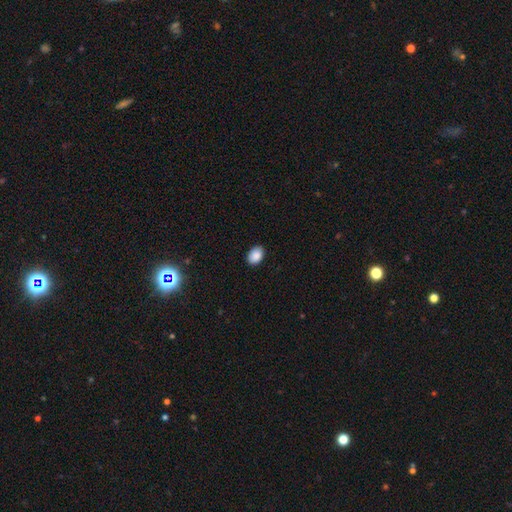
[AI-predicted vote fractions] smooth-or-featured: smooth: 89% | star or artifact: 7% | featured or disk: 3%
  how-rounded: in between: 80% | round: 19% | cigar-shaped: 1%
  merging: none: 88% | minor disturbance: 9% | major disturbance: 2% | merger: 1%